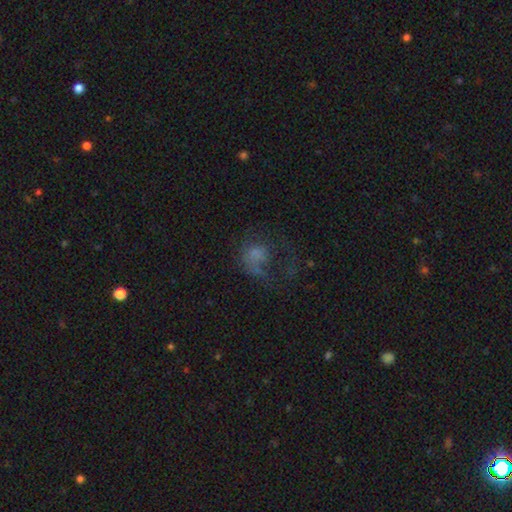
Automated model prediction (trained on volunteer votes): Q: Smooth or featured?
A: smooth (51%); runner-up: featured or disk (31%)
Q: How rounded?
A: round (60%); runner-up: in between (38%)
Q: Merging?
A: major disturbance (51%); runner-up: none (29%)